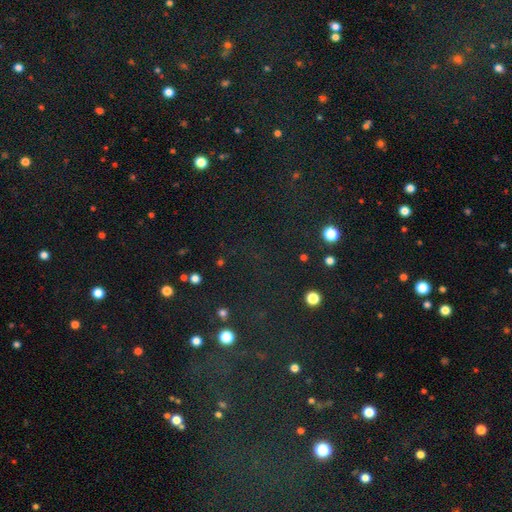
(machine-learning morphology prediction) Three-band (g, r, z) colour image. It shows a star or artifact, not a galaxy (79%).